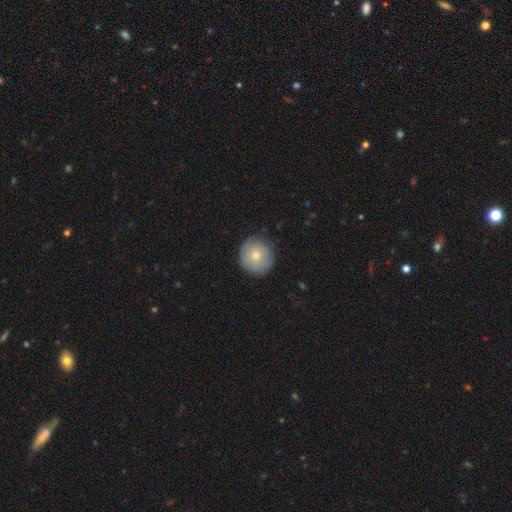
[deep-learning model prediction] The model was most divided on "smooth or featured": smooth: 64%, featured or disk: 28%, star or artifact: 8%. More confident: how rounded — round (94%); merging — none (82%).